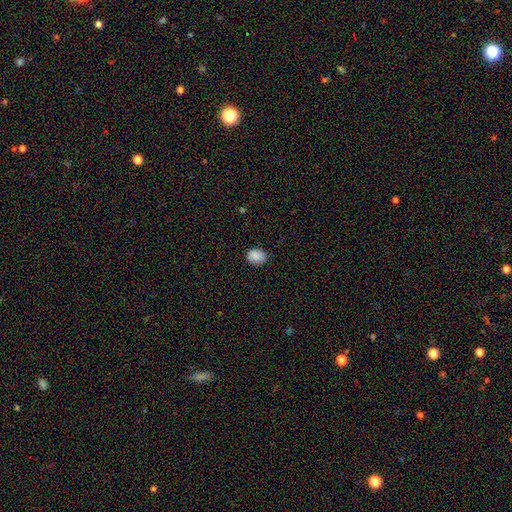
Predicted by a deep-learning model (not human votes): Smooth or featured? smooth (88%)
How rounded? in between (58%)
Merging? none (81%)